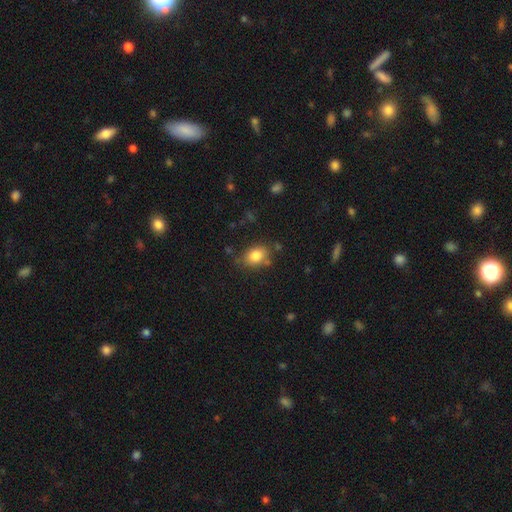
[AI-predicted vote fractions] The model was most divided on "how rounded": in between: 69%, round: 30%, cigar-shaped: 1%. More confident: smooth or featured — smooth (83%); merging — none (73%).